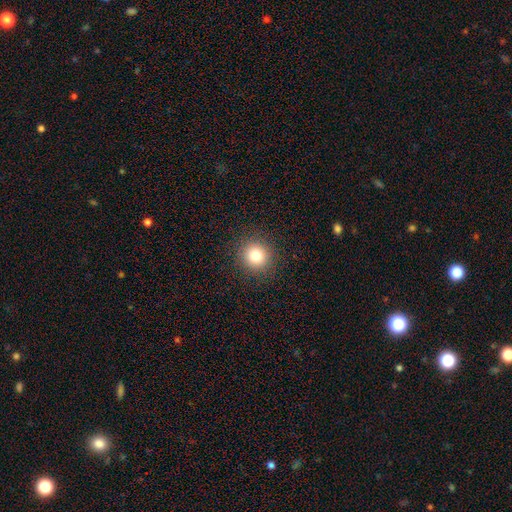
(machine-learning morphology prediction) Smooth or featured?
  - smooth: 81% *
  - star or artifact: 12%
  - featured or disk: 7%
How rounded?
  - round: 92% *
  - in between: 7%
  - cigar-shaped: 1%
Merging?
  - none: 91% *
  - minor disturbance: 6%
  - major disturbance: 2%
  - merger: 1%